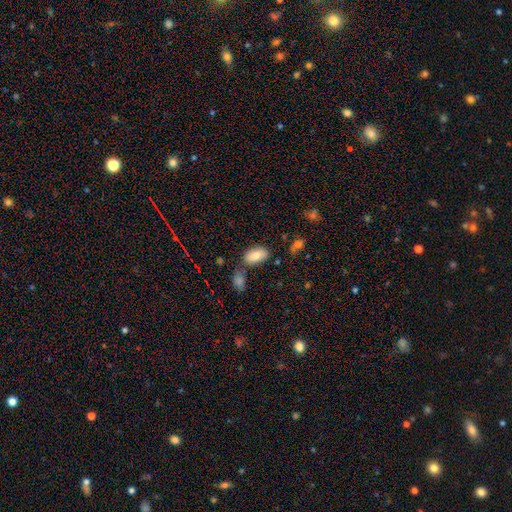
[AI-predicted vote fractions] This appears to be a smooth galaxy with no disk features (81%) that is in between round and cigar-shaped (94%). Merging: none (68%).